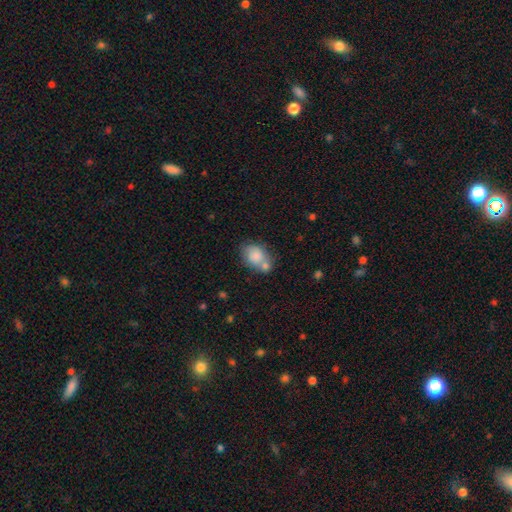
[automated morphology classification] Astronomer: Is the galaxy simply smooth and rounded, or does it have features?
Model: smooth — 81%.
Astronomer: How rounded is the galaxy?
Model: in between — 67%.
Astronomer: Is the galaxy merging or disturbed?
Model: none — 44% (runner-up: merger, 35%).